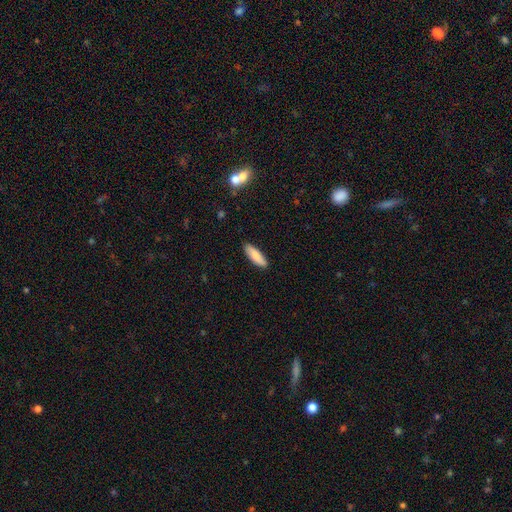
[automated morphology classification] This appears to be a smooth galaxy with no disk features (83%) that is in between round and cigar-shaped (51%). Merging: none (89%).